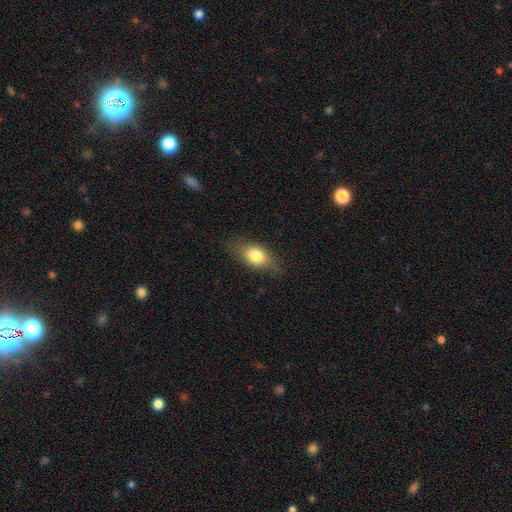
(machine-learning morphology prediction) Overall: smooth (77%). How rounded: in between (79%). Merging: none (75%).